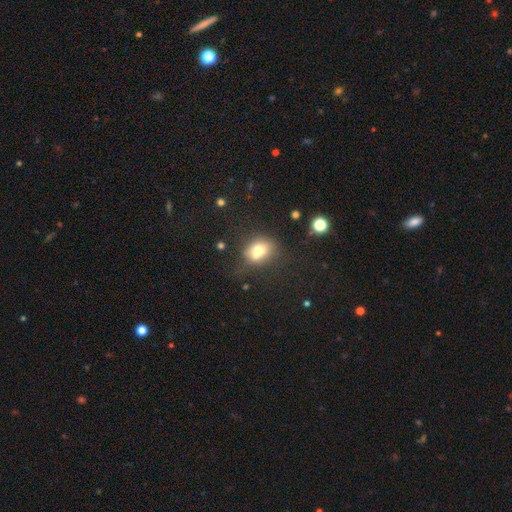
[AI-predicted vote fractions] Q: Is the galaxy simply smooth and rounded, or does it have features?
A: smooth — 69%.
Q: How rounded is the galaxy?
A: round — 59%.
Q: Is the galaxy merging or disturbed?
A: none — 48%.